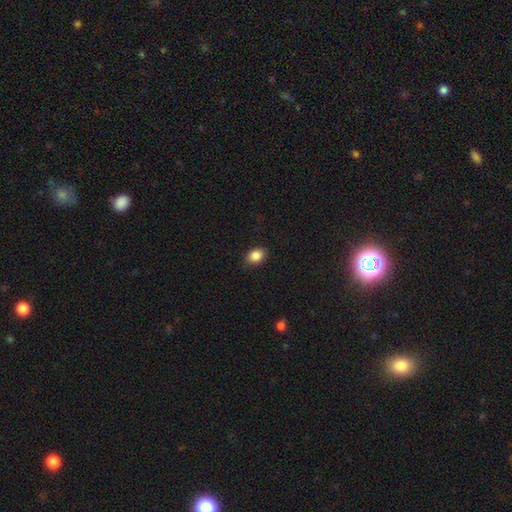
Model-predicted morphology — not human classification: A smooth galaxy with no disk features (86%) that is in between round and cigar-shaped (69%).

Vote fractions:
- Smooth or featured? smooth: 86% / star or artifact: 9% / featured or disk: 5%
- How rounded? in between: 69% / round: 29% / cigar-shaped: 1%
- Merging? none: 88% / minor disturbance: 9% / major disturbance: 2% / merger: 1%